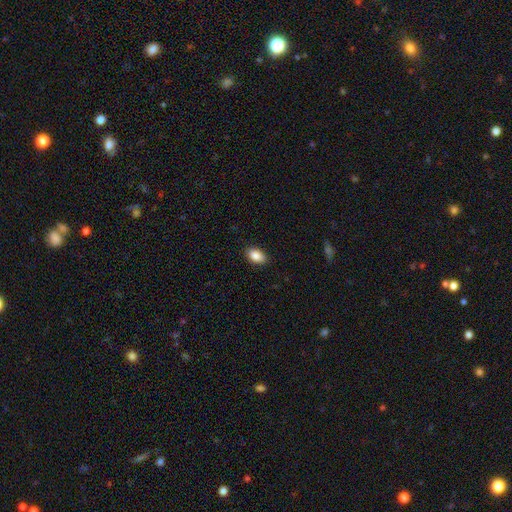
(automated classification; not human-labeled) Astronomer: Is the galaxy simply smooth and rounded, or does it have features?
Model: smooth — 87%.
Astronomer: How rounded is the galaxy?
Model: in between — 90%.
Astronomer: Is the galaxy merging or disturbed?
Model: none — 89%.